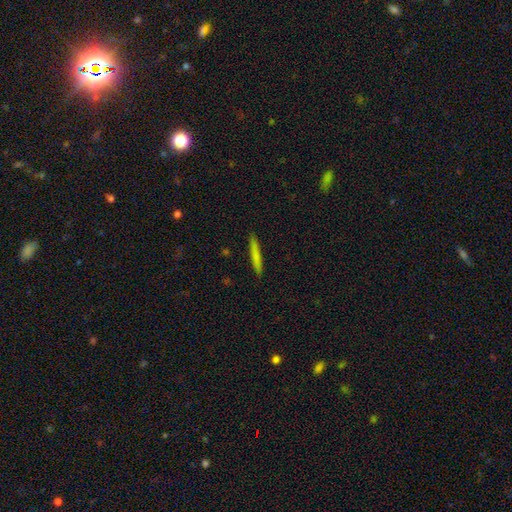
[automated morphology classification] Smooth or featured: smooth — 76% (featured or disk — 18%)
How rounded: cigar-shaped — 96% (in between — 3%)
Merging: none — 91% (minor disturbance — 6%)